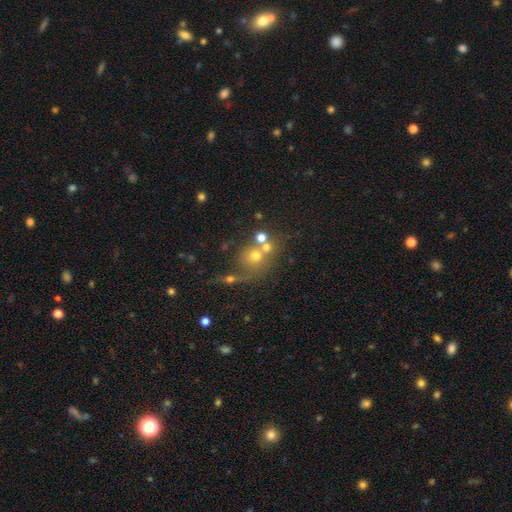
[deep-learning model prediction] Smooth or featured? Predicted: smooth (p=0.57). How rounded? Predicted: round (p=0.81). Merging? Predicted: none (p=0.44).